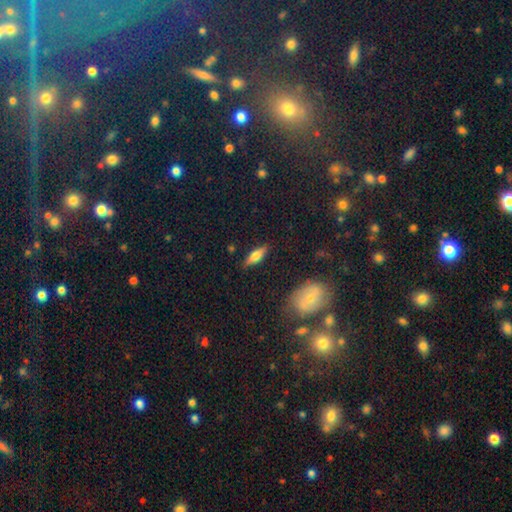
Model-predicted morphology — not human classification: smooth 54%, featured or disk 39%, star or artifact 7%. Down the decision tree: how rounded — cigar-shaped (48%, tied with in between); merging — none (85%).